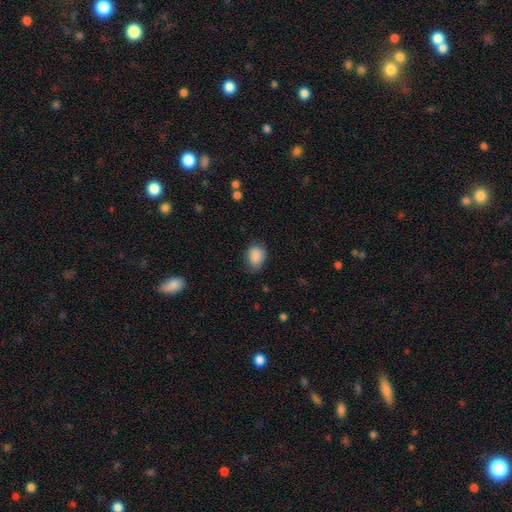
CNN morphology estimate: Smooth or featured? smooth (88%)
How rounded? in between (70%)
Merging? none (67%)